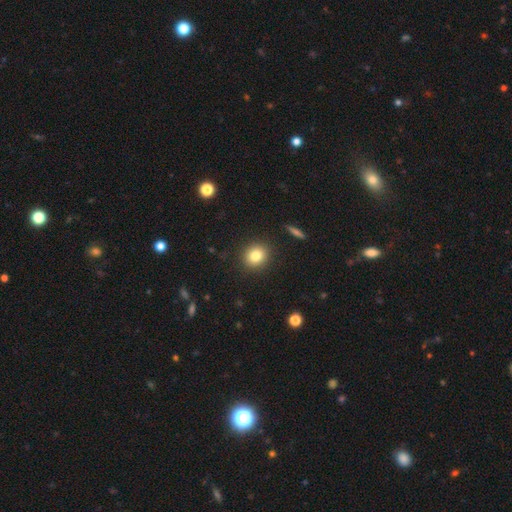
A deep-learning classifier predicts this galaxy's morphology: This is clearly a smooth galaxy (81%). How rounded: clearly round (84%). Merging: clearly none (90%).